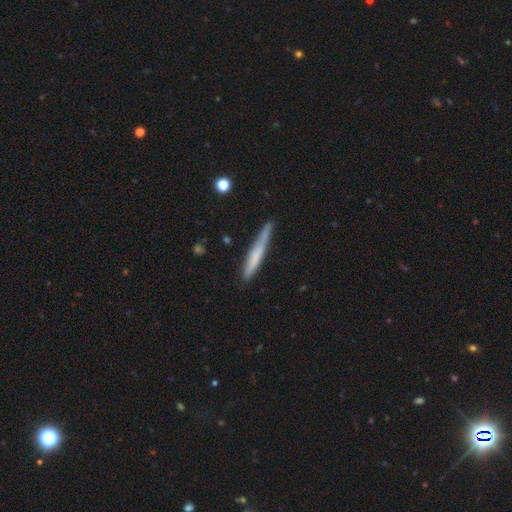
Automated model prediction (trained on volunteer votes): Smooth or featured? smooth (61%)
How rounded? cigar-shaped (96%)
Merging? none (77%)